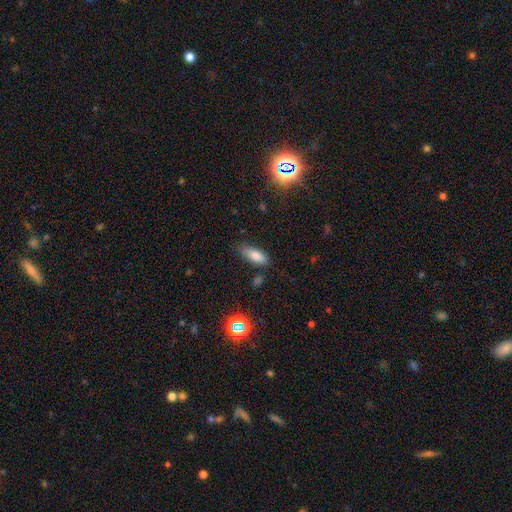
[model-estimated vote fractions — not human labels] A smooth galaxy with no disk features (81%) that is in between round and cigar-shaped (71%). Merging: none (75%).